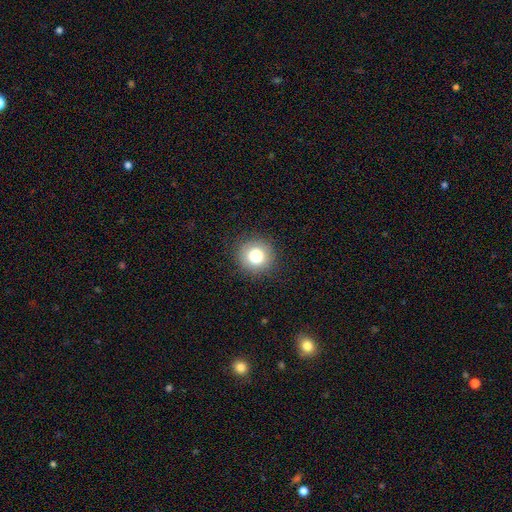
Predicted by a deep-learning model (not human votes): smooth 81%, star or artifact 11%, featured or disk 8%. Down the decision tree: how rounded — round (93%); merging — none (90%).